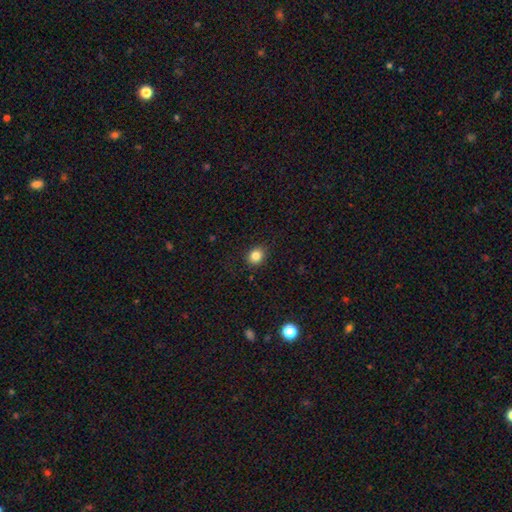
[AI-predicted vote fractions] Smooth or featured? Predicted: smooth (p=0.83). How rounded? Predicted: round (p=0.76). Merging? Predicted: none (p=0.89).